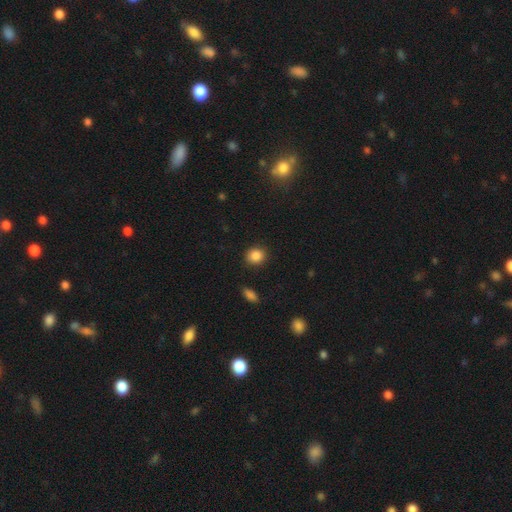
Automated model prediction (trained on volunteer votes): smooth 86%, star or artifact 10%, featured or disk 4%. Down the decision tree: how rounded — round (78%); merging — none (89%).